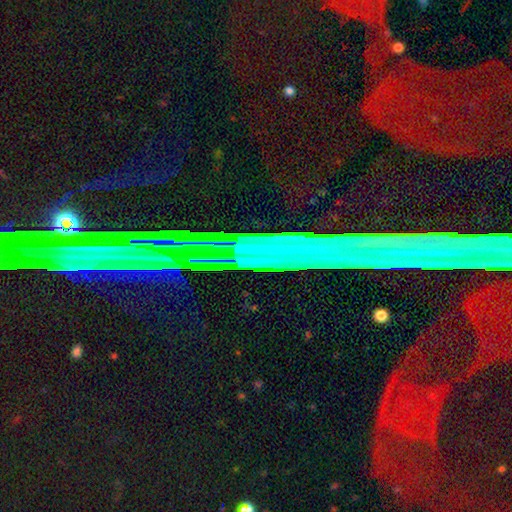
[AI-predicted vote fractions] Overall: star or artifact (66%).